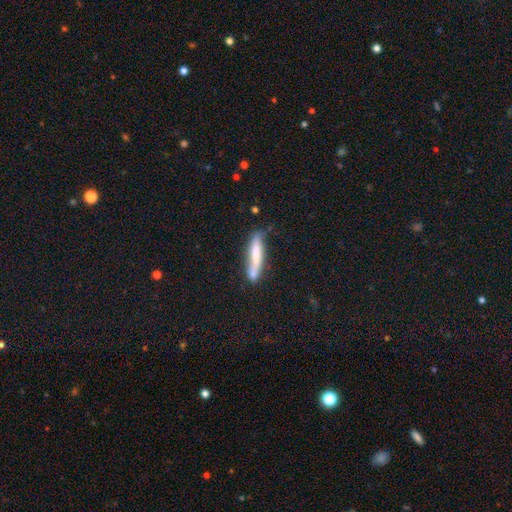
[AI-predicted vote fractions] smooth 60%, featured or disk 34%, star or artifact 7%. Down the decision tree: how rounded — cigar-shaped (88%); merging — none (57%).